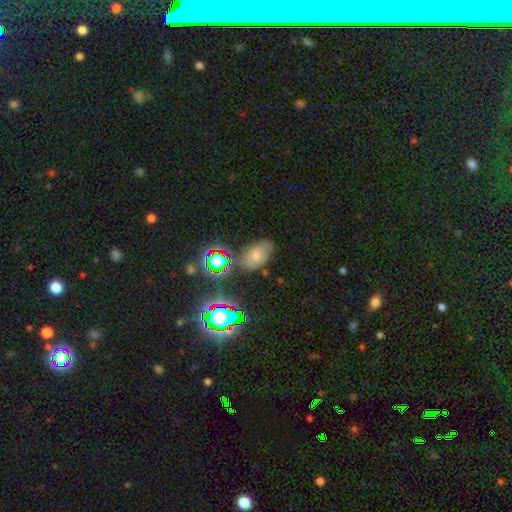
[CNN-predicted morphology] This is possibly a smooth galaxy (56%). How rounded: clearly in between (89%). Merging: likely none (65%).